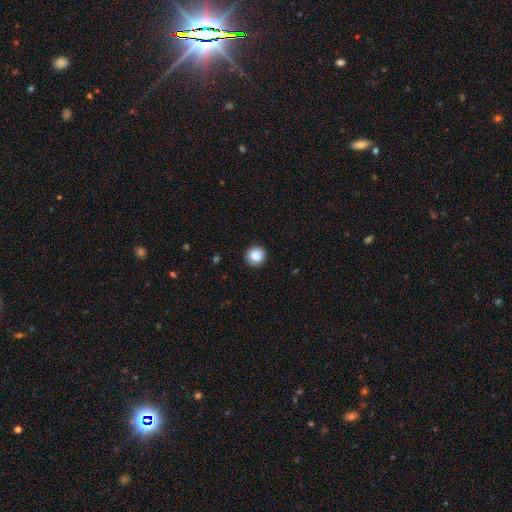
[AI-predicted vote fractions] Smooth or featured? smooth (87%)
How rounded? round (92%)
Merging? none (91%)